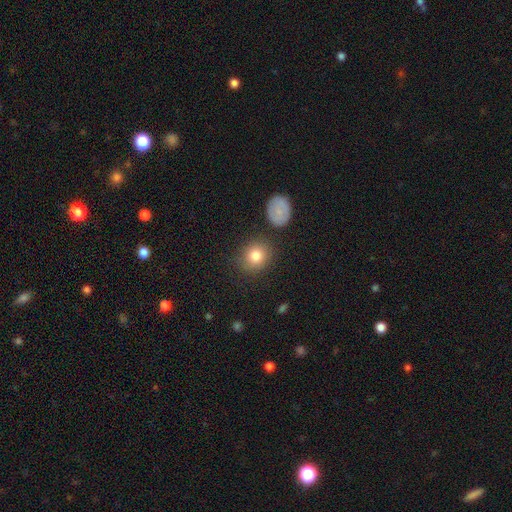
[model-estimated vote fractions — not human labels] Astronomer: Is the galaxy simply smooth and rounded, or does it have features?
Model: smooth — 82%.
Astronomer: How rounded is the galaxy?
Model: round — 76%.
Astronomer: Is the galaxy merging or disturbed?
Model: none — 81%.